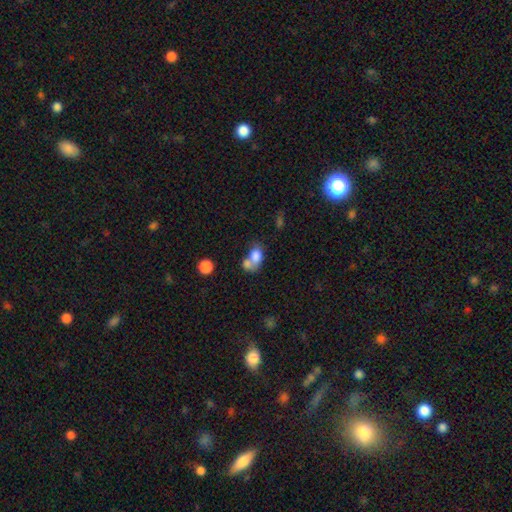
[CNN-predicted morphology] This appears to be a smooth galaxy with no disk features (76%) that is in between round and cigar-shaped (72%). Merging: merger (60%).